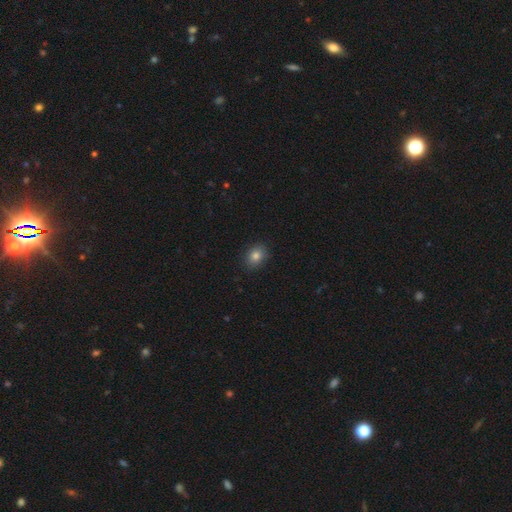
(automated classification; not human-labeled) The model was most divided on "how rounded": in between: 55%, round: 44%, cigar-shaped: 1%. More confident: merging — none (87%); smooth or featured — smooth (82%).